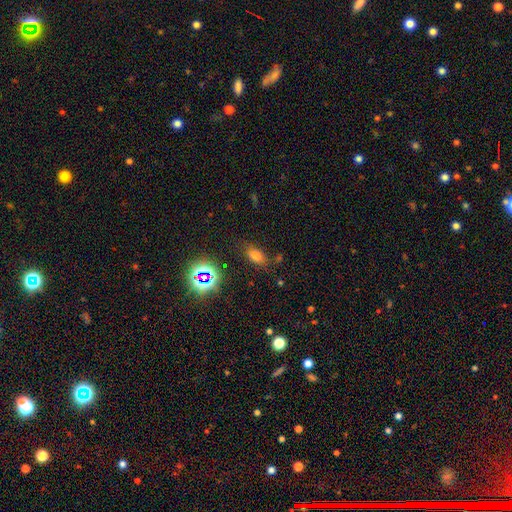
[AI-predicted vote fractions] The model was most divided on "smooth or featured": smooth: 68%, star or artifact: 23%, featured or disk: 9%. More confident: how rounded — in between (84%); merging — none (76%).